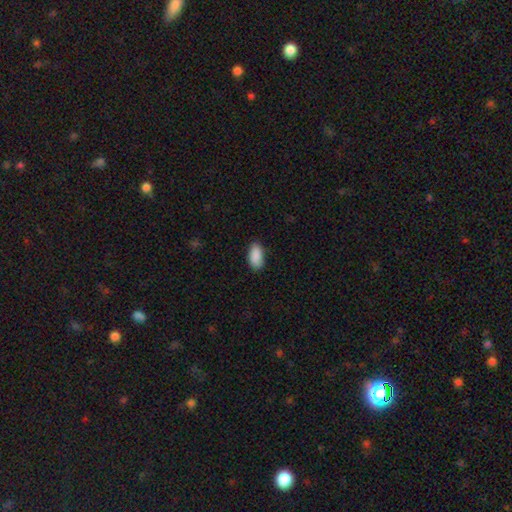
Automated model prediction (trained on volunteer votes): This is clearly a smooth galaxy (90%). How rounded: clearly in between (93%). Merging: clearly none (85%).